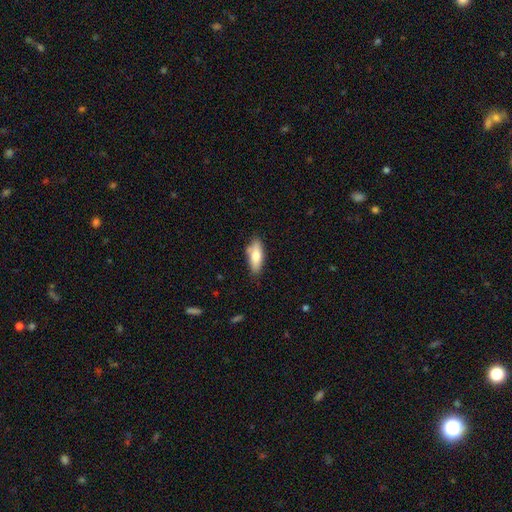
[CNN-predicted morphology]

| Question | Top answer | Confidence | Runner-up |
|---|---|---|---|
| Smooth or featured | smooth | 76% | featured or disk (18%) |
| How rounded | in between | 68% | cigar-shaped (29%) |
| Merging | none | 75% | minor disturbance (18%) |